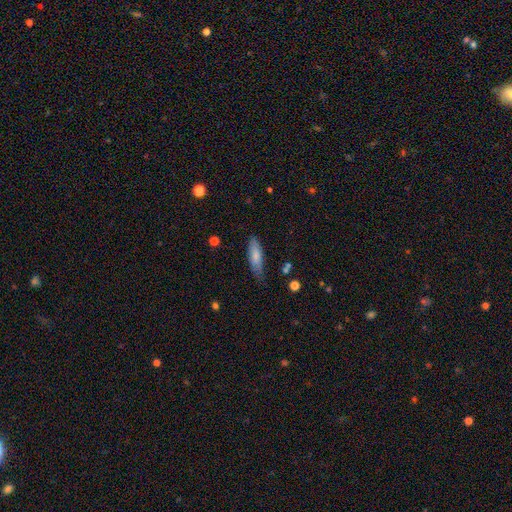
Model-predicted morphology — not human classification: The model was most divided on "how rounded": cigar-shaped: 52%, in between: 46%, round: 2%. More confident: smooth or featured — smooth (74%); merging — none (69%).